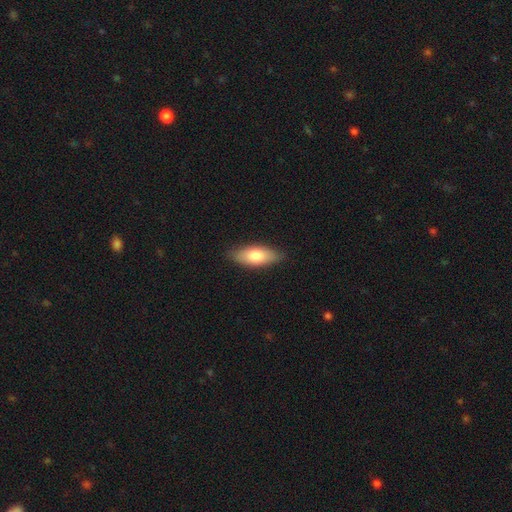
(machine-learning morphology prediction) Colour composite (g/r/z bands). It shows a smooth galaxy with no disk features (74%) that is in between round and cigar-shaped (79%). Merging: none (85%).